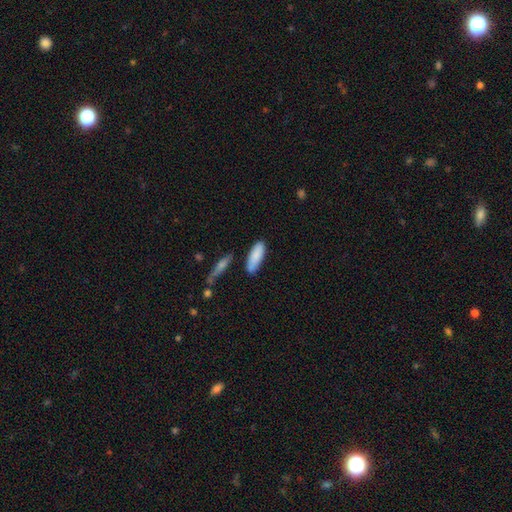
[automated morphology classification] The model was most divided on "how rounded": in between: 65%, cigar-shaped: 34%, round: 2%. More confident: smooth or featured — smooth (86%); merging — none (71%).